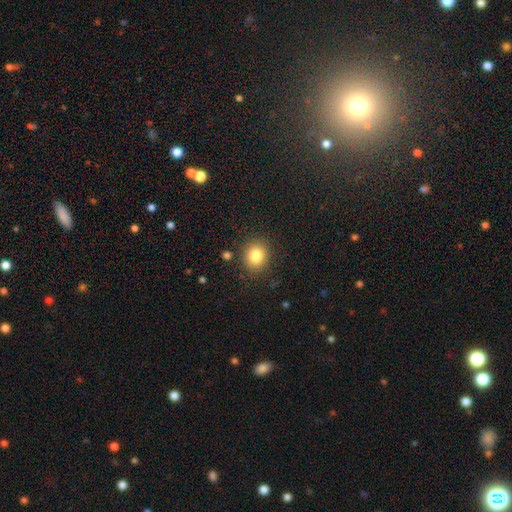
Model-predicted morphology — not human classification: Overall: smooth (82%). How rounded: round (72%). Merging: none (86%).